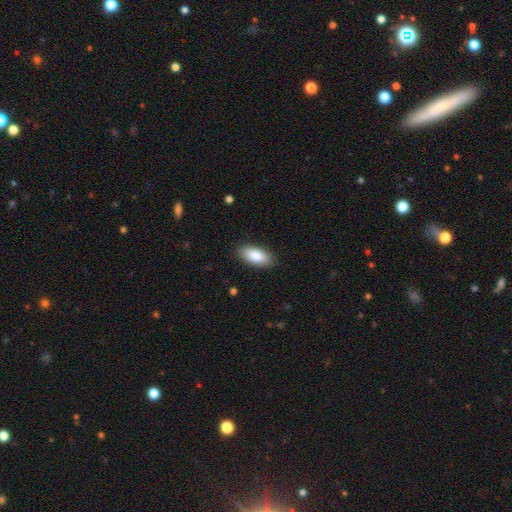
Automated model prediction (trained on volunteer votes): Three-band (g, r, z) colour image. It shows a smooth galaxy with no disk features (85%) that is in between round and cigar-shaped (87%). Merging: none (88%).